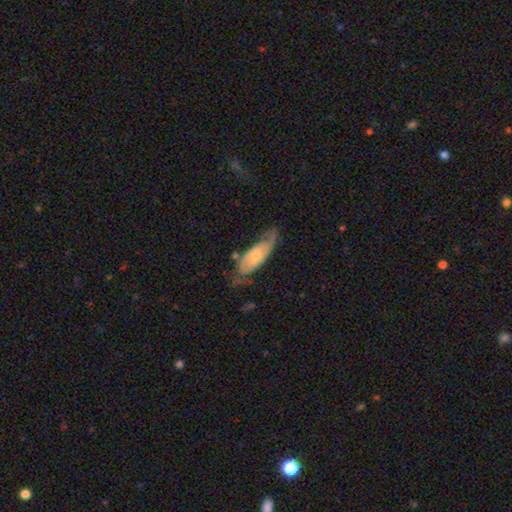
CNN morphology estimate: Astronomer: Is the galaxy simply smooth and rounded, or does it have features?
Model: featured or disk — 60%.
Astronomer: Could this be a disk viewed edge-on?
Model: no — 84%.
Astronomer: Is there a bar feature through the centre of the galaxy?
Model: no — 71%.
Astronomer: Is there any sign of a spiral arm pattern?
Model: yes — 82%.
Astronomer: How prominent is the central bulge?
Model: small — 60%.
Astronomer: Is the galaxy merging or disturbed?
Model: none — 55%.